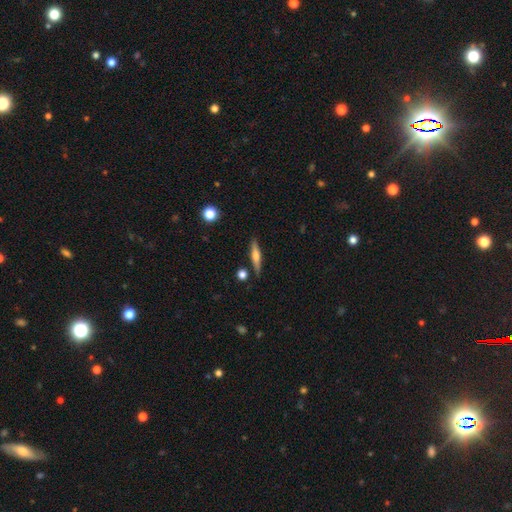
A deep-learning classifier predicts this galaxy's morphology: type=featured or disk (50%); edge-on=yes (96%); merging=none (86%).